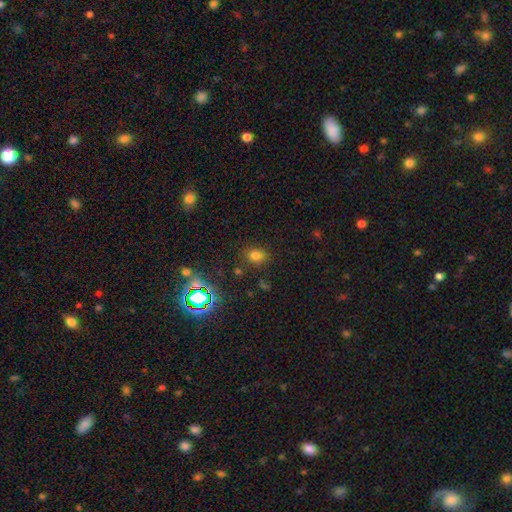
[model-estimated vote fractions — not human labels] A smooth galaxy with no disk features (73%) that is round (52%).

Vote fractions:
- Smooth or featured? smooth: 73% / star or artifact: 20% / featured or disk: 7%
- How rounded? round: 52% / in between: 47% / cigar-shaped: 1%
- Merging? none: 82% / minor disturbance: 11% / major disturbance: 4% / merger: 3%